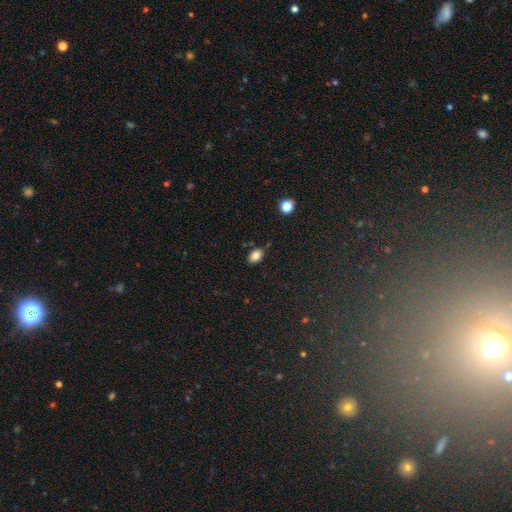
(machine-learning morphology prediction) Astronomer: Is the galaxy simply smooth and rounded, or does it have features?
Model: smooth — 82%.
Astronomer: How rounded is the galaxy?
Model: in between — 79%.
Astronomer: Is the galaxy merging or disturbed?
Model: none — 79%.